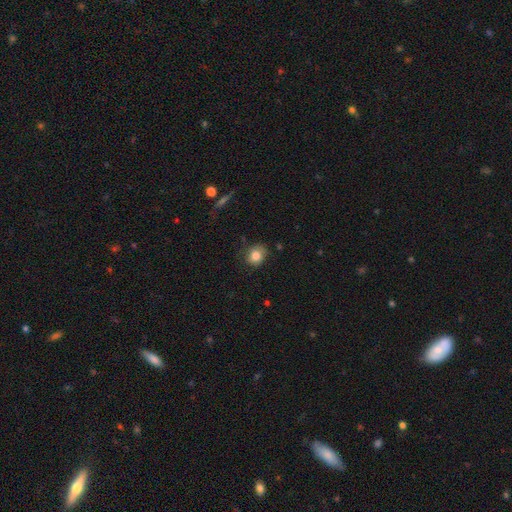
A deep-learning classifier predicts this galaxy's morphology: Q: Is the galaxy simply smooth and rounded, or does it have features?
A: smooth — 83%.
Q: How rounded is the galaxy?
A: round — 70%.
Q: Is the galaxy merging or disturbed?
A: none — 73%.